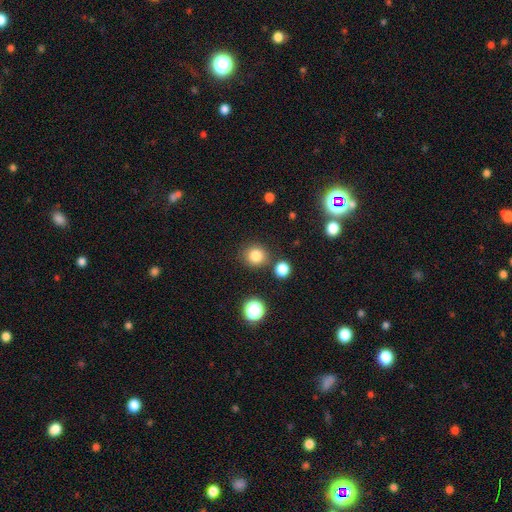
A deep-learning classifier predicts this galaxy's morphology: smooth-or-featured: smooth: 81% | star or artifact: 13% | featured or disk: 6%
  how-rounded: round: 88% | in between: 11% | cigar-shaped: 1%
  merging: none: 82% | minor disturbance: 9% | merger: 7% | major disturbance: 3%